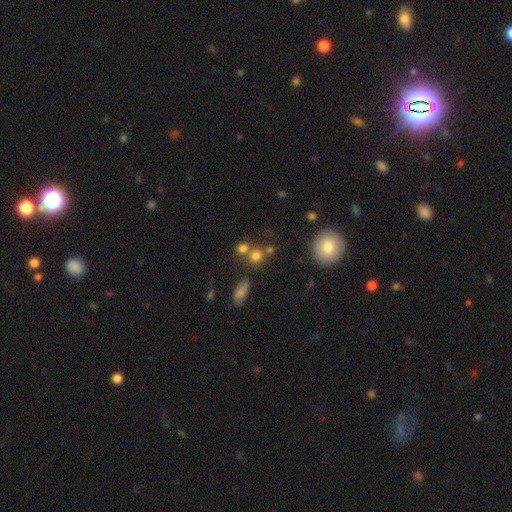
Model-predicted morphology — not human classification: This appears to be a smooth galaxy with no disk features (74%) that is round (82%). Merging: none (51%).